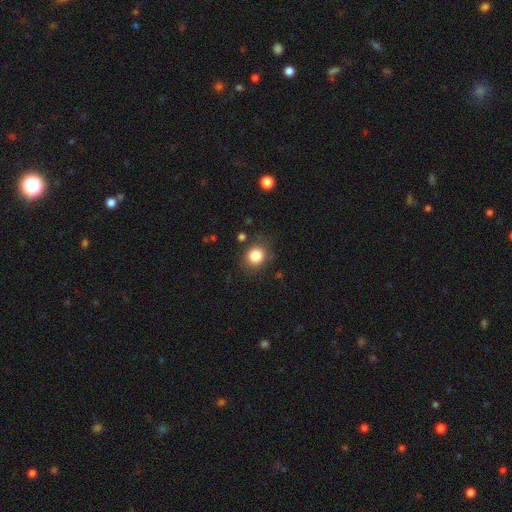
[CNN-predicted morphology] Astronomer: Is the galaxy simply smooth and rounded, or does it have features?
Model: smooth — 83%.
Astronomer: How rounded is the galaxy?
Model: round — 77%.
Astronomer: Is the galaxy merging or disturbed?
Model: none — 81%.